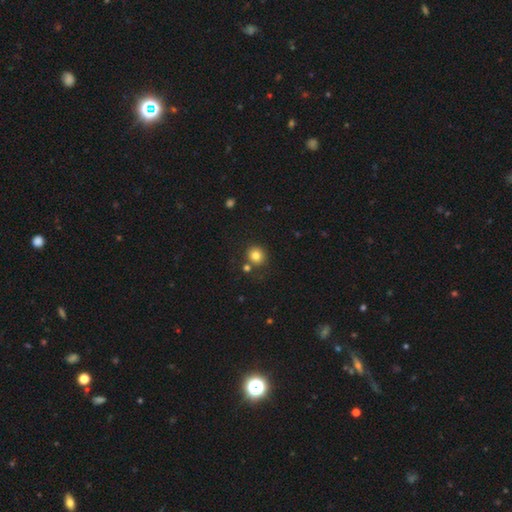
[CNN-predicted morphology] Smooth or featured?
  - smooth: 81% *
  - star or artifact: 12%
  - featured or disk: 7%
How rounded?
  - round: 86% *
  - in between: 13%
  - cigar-shaped: 1%
Merging?
  - none: 76% *
  - merger: 11%
  - minor disturbance: 10%
  - major disturbance: 3%